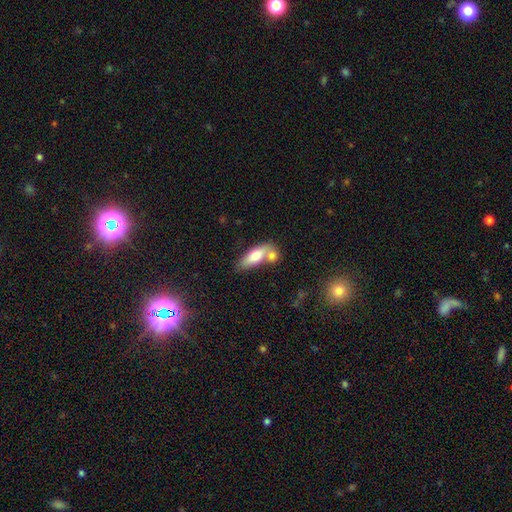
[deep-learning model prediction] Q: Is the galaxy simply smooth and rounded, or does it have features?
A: smooth — 71%.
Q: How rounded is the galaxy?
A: in between — 70%.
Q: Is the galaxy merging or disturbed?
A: merger — 46%.